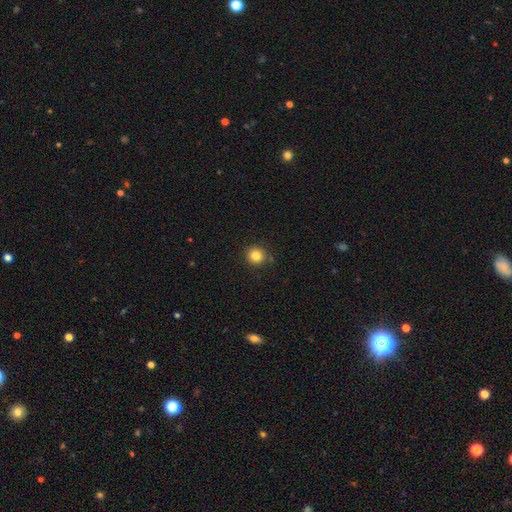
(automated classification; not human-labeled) A smooth galaxy with no disk features (83%) that is round (92%). Merging: none (85%).